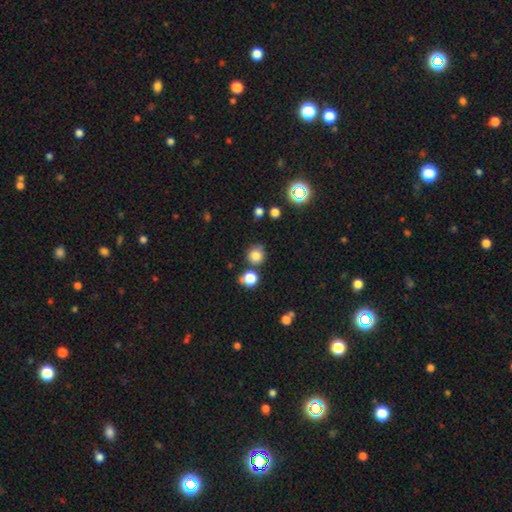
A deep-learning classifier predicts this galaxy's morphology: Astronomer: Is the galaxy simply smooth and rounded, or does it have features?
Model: smooth — 80%.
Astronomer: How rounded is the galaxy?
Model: round — 90%.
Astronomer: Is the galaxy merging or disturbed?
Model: none — 75%.